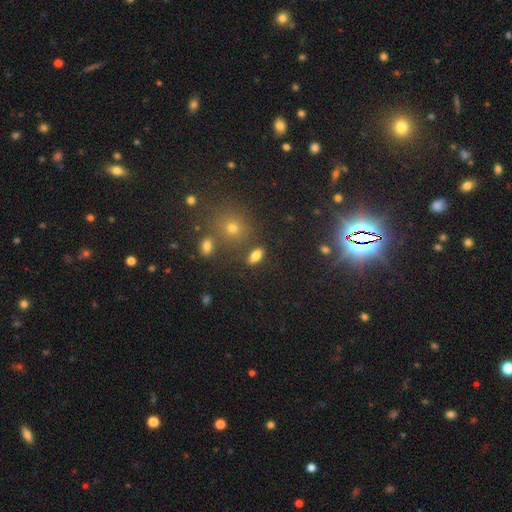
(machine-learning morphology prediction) A smooth galaxy with no disk features (79%) that is in between round and cigar-shaped (85%).

Vote fractions:
- Smooth or featured? smooth: 79% / star or artifact: 11% / featured or disk: 10%
- How rounded? in between: 85% / cigar-shaped: 9% / round: 7%
- Merging? none: 81% / minor disturbance: 10% / merger: 5% / major disturbance: 4%